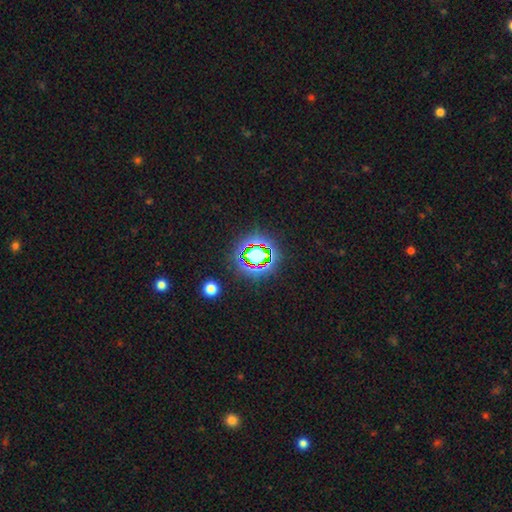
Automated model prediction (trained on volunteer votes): star or artifact 66%, smooth 21%, featured or disk 13%.